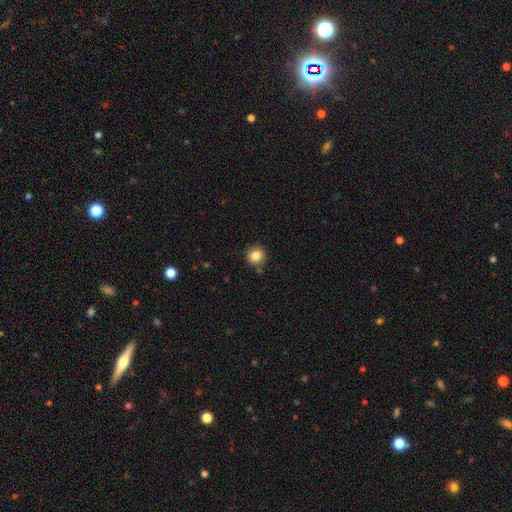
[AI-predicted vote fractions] A smooth galaxy with no disk features (84%) that is round (91%).

Vote fractions:
- Smooth or featured? smooth: 84% / star or artifact: 10% / featured or disk: 6%
- How rounded? round: 91% / in between: 8% / cigar-shaped: 1%
- Merging? none: 85% / minor disturbance: 9% / merger: 4% / major disturbance: 2%